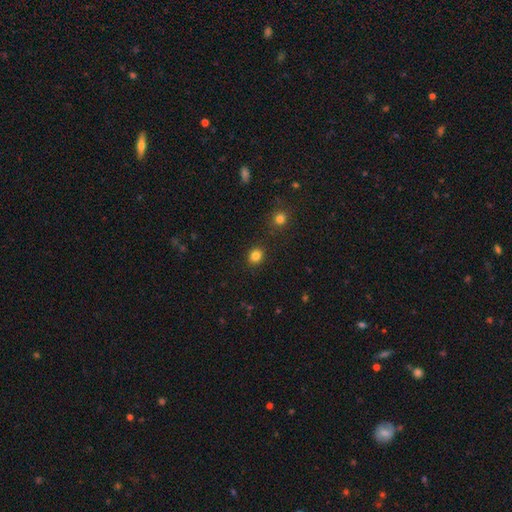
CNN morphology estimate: The model was most divided on "how rounded": round: 78%, in between: 21%, cigar-shaped: 1%. More confident: merging — none (90%); smooth or featured — smooth (83%).